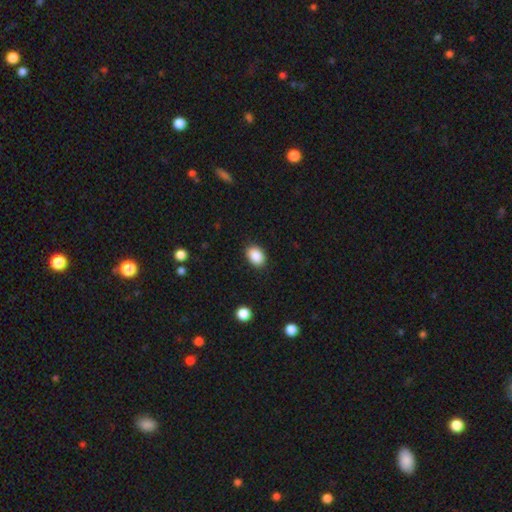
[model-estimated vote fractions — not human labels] Smooth or featured? Predicted: smooth (p=0.88). How rounded? Predicted: in between (p=0.75). Merging? Predicted: none (p=0.88).